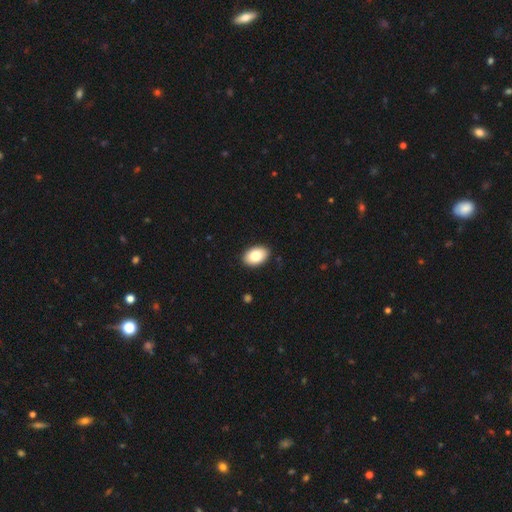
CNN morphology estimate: A smooth galaxy with no disk features (82%) that is in between round and cigar-shaped (90%).

Vote fractions:
- Smooth or featured? smooth: 82% / featured or disk: 11% / star or artifact: 7%
- How rounded? in between: 90% / round: 9% / cigar-shaped: 1%
- Merging? none: 90% / minor disturbance: 8% / major disturbance: 2% / merger: 1%